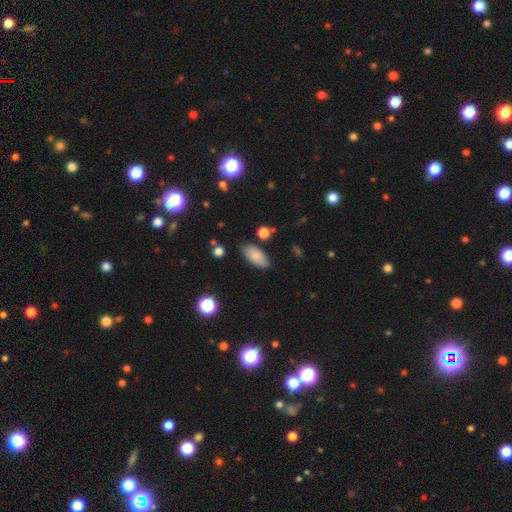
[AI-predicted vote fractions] Smooth or featured: smooth — 84% (featured or disk — 8%)
How rounded: in between — 90% (cigar-shaped — 7%)
Merging: none — 81% (minor disturbance — 13%)